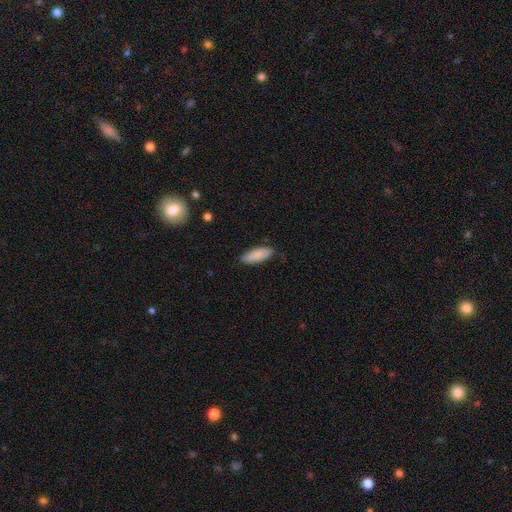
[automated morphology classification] smooth_or_featured: smooth (p=0.88) [alt: featured or disk p=0.07]
how_rounded: in between (p=0.68) [alt: cigar-shaped p=0.30]
merging: none (p=0.83) [alt: minor disturbance p=0.13]